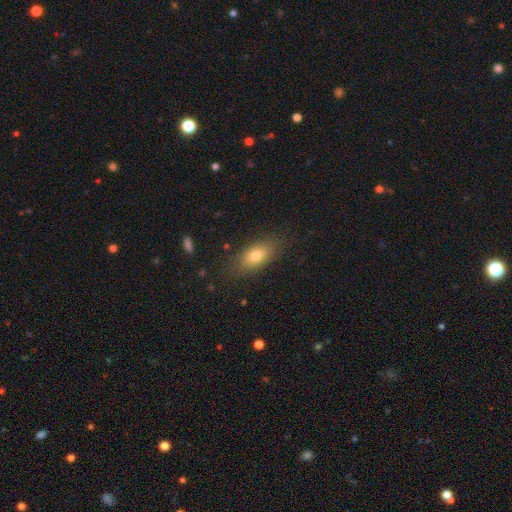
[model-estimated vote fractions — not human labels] Q: Smooth or featured?
A: smooth (75%); runner-up: featured or disk (16%)
Q: How rounded?
A: in between (81%); runner-up: cigar-shaped (11%)
Q: Merging?
A: none (81%); runner-up: minor disturbance (13%)